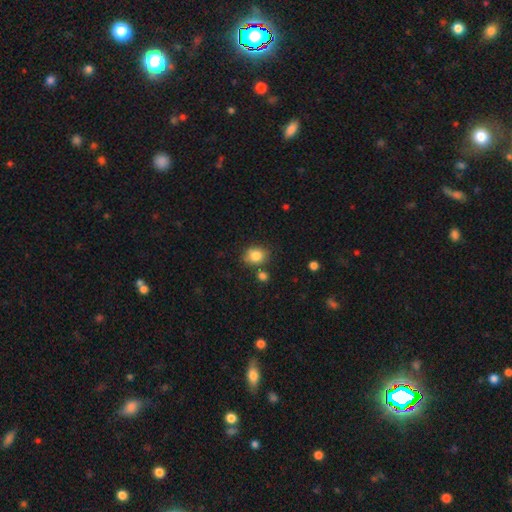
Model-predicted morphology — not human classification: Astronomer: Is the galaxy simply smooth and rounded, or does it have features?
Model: smooth — 83%.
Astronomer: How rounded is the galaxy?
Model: round — 53% (runner-up: in between, 46%).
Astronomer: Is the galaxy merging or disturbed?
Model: none — 72%.